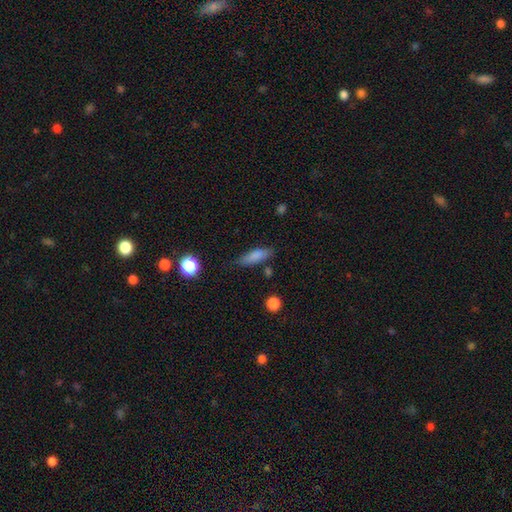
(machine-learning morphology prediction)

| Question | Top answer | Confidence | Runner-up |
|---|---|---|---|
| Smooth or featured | smooth | 81% | featured or disk (11%) |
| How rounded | cigar-shaped | 49% | in between (48%) |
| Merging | none | 75% | minor disturbance (18%) |